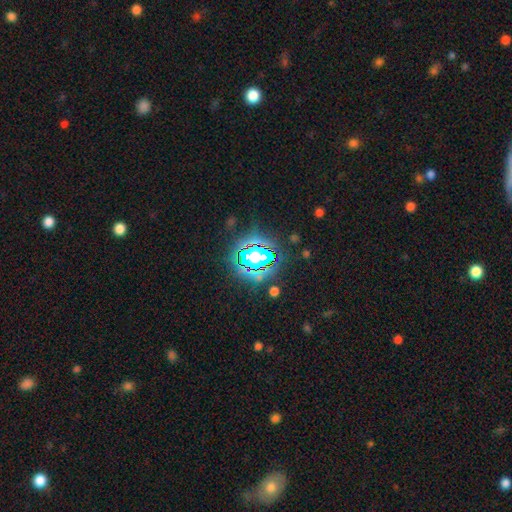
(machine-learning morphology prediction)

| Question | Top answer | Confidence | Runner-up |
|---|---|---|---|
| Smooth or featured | star or artifact | 71% | smooth (17%) |